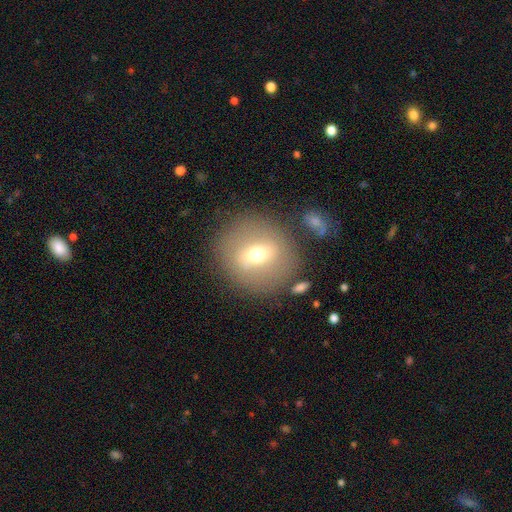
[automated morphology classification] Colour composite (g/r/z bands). It shows a smooth galaxy with no disk features (53%) that is round (84%). Merging: none (81%).